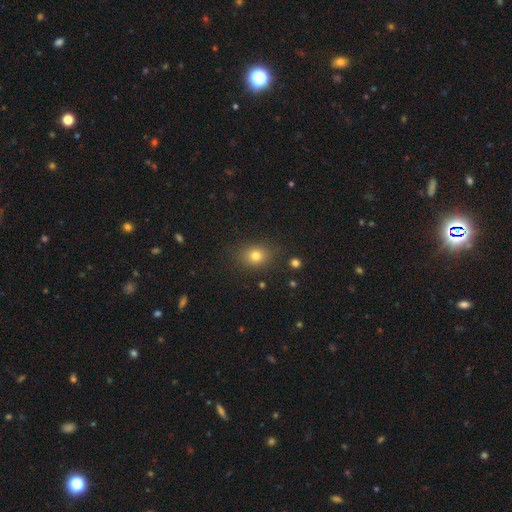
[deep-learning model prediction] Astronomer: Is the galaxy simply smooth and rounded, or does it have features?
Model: smooth — 78%.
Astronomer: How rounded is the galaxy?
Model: round — 55% (runner-up: in between, 44%).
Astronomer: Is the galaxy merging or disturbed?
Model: none — 84%.